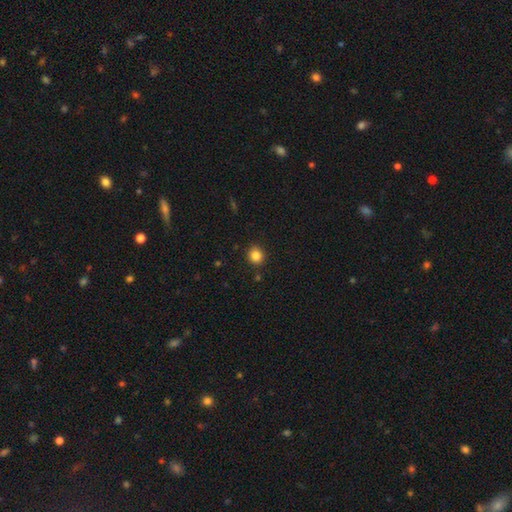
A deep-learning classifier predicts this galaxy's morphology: smooth 84%, star or artifact 11%, featured or disk 5%. Down the decision tree: how rounded — round (84%); merging — none (90%).